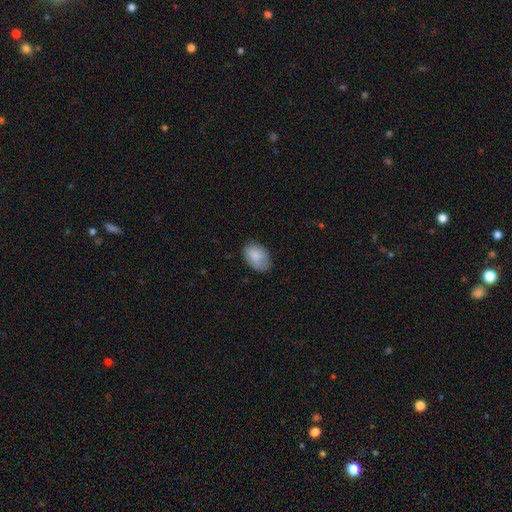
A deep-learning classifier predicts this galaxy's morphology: Smooth or featured? Predicted: smooth (p=0.86). How rounded? Predicted: in between (p=0.86). Merging? Predicted: none (p=0.72).